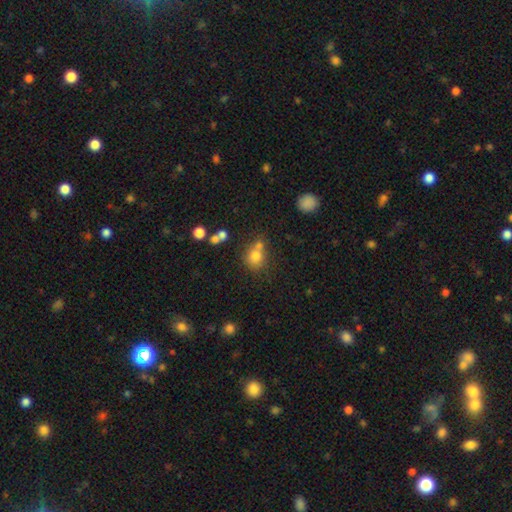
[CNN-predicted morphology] A smooth galaxy with no disk features (76%) that is round (77%).

Vote fractions:
- Smooth or featured? smooth: 76% / star or artifact: 14% / featured or disk: 11%
- How rounded? round: 77% / in between: 22% / cigar-shaped: 1%
- Merging? none: 50% / merger: 33% / minor disturbance: 12% / major disturbance: 5%